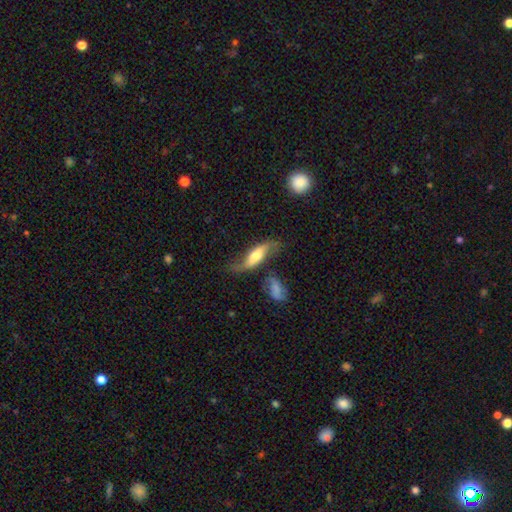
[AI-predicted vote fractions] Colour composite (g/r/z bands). It shows a featured or disk galaxy (66%). Merging: none (53%).